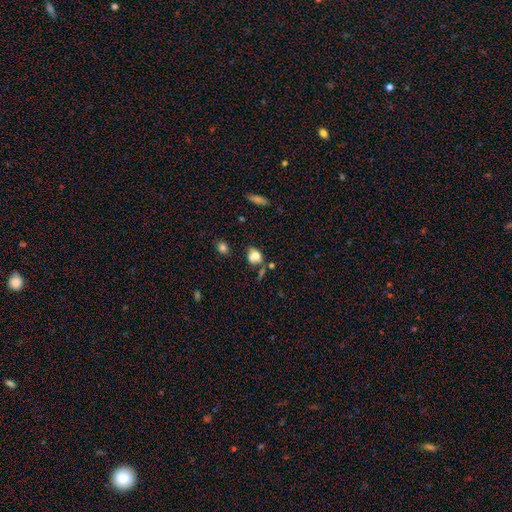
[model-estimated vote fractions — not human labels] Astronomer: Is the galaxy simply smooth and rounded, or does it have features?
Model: smooth — 74%.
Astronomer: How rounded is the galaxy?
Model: in between — 59% (runner-up: round, 39%).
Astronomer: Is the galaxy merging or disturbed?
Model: none — 48% (runner-up: minor disturbance, 23%).